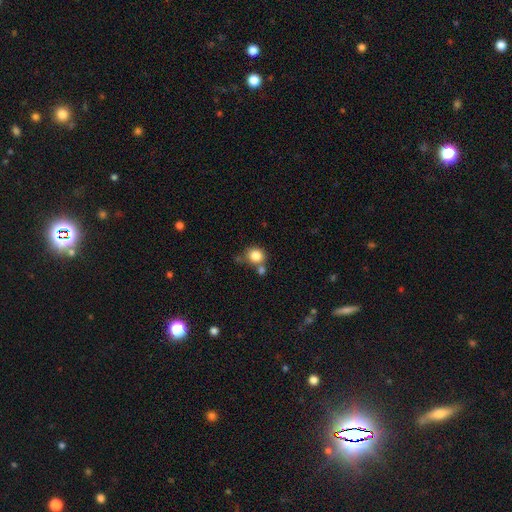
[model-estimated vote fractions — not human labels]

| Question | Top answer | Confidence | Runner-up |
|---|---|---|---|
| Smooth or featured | smooth | 83% | star or artifact (10%) |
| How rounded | round | 82% | in between (17%) |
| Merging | none | 58% | merger (24%) |